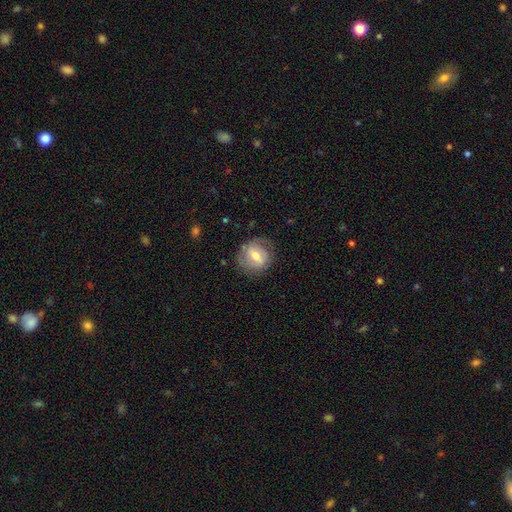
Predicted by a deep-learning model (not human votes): Morphology: type=smooth (50%); roundness=round (79%); merging=none (73%).